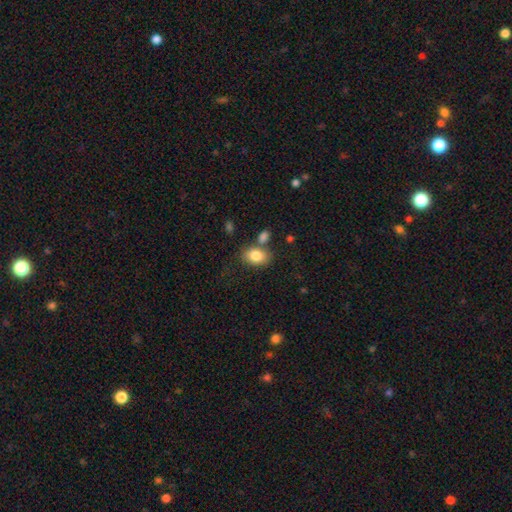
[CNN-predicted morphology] smooth 82%, featured or disk 10%, star or artifact 8%. Down the decision tree: how rounded — in between (78%); merging — none (66%).